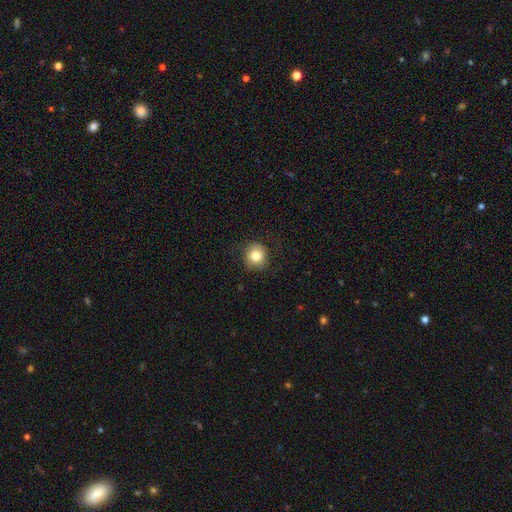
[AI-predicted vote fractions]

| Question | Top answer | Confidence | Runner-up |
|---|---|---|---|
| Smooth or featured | smooth | 79% | featured or disk (11%) |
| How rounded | round | 89% | in between (10%) |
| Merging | none | 81% | minor disturbance (13%) |